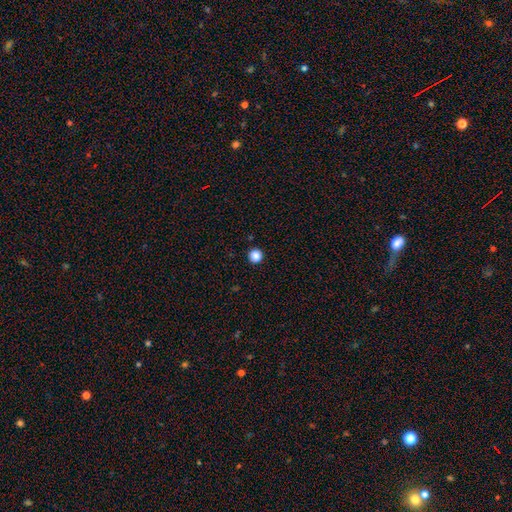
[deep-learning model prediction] Smooth or featured? Predicted: smooth (p=0.86). How rounded? Predicted: round (p=0.96). Merging? Predicted: none (p=0.94).